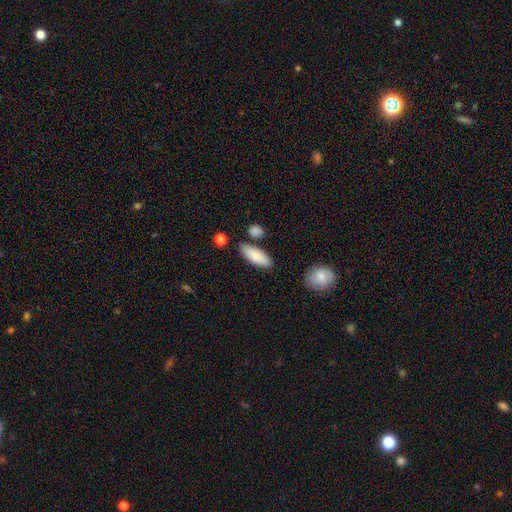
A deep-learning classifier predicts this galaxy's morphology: type=smooth (87%); roundness=in between (73%); merging=none (78%).